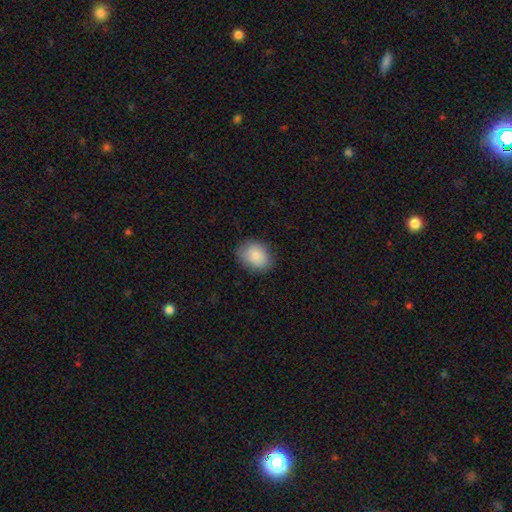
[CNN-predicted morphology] This is clearly a smooth galaxy (84%). How rounded: possibly in between (52%). Merging: clearly none (81%).